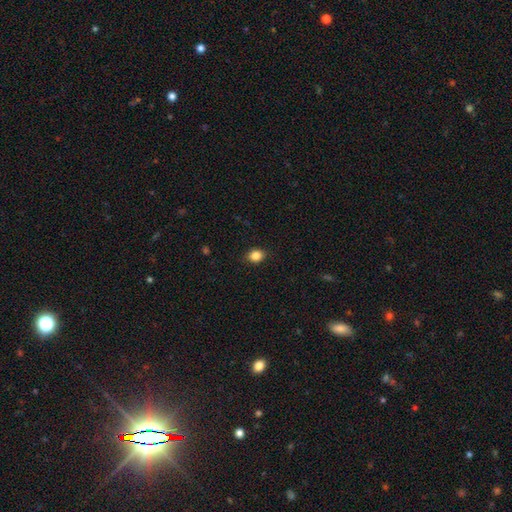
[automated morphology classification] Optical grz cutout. It shows a smooth galaxy with no disk features (85%) that is in between round and cigar-shaped (50%). Merging: none (88%).